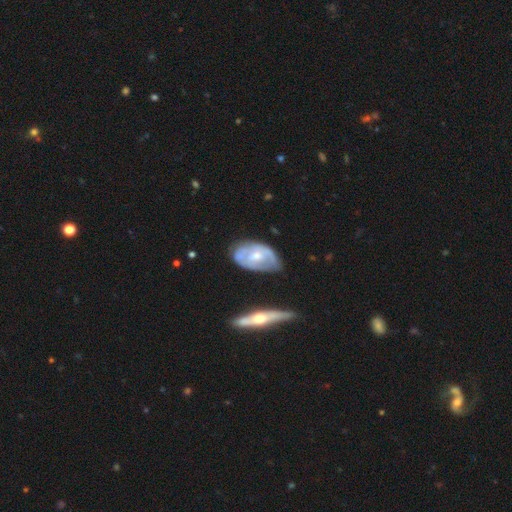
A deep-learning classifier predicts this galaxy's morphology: smooth-or-featured: featured or disk: 65% | smooth: 30% | star or artifact: 5%
  disk-edge-on: no: 90% | yes: 10%
    bar: no: 66% | weak: 28% | strong: 6%
    has-spiral-arms: yes: 55% | no: 45%
    bulge-size: moderate: 57% | small: 31% | large: 7% | none: 4% | dominant: 1%
  merging: none: 58% | minor disturbance: 28% | major disturbance: 10% | merger: 4%